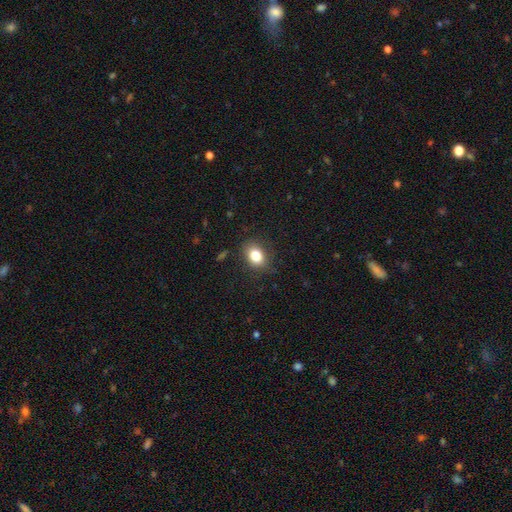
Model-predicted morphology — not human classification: A smooth galaxy with no disk features (82%) that is in between round and cigar-shaped (65%).

Vote fractions:
- Smooth or featured? smooth: 82% / star or artifact: 10% / featured or disk: 8%
- How rounded? in between: 65% / round: 34% / cigar-shaped: 1%
- Merging? none: 83% / minor disturbance: 12% / major disturbance: 3% / merger: 1%